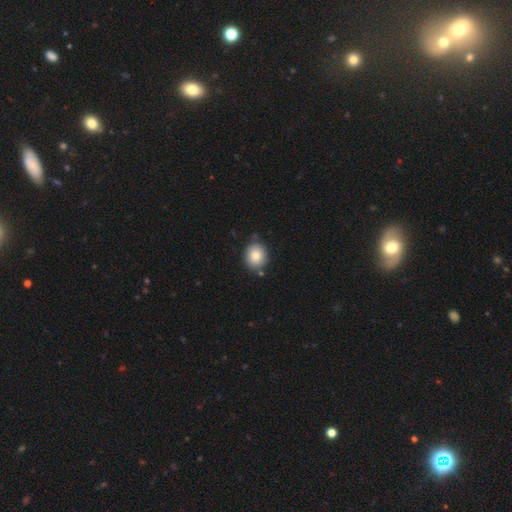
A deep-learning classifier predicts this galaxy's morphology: Smooth or featured? Predicted: smooth (p=0.80). How rounded? Predicted: round (p=0.74). Merging? Predicted: none (p=0.80).